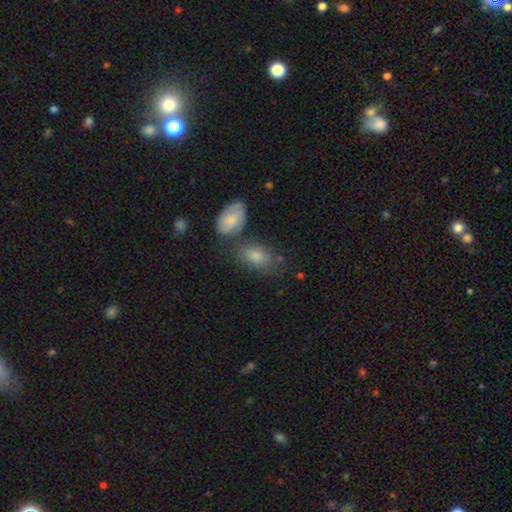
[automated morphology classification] A smooth galaxy with no disk features (77%) that is in between round and cigar-shaped (88%). Merging: none (54%).